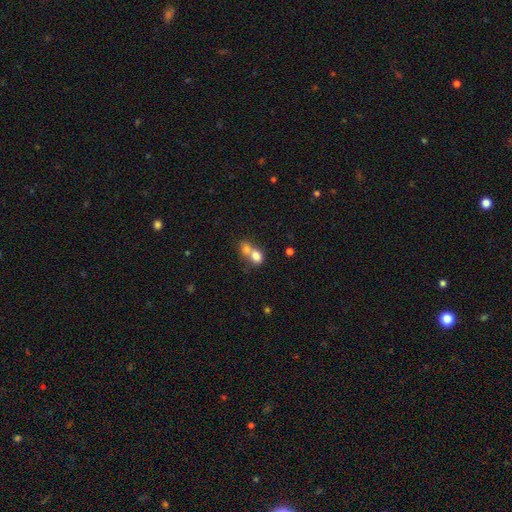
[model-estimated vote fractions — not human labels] A smooth galaxy with no disk features (75%) that is in between round and cigar-shaped (55%). Merging: merger (69%).